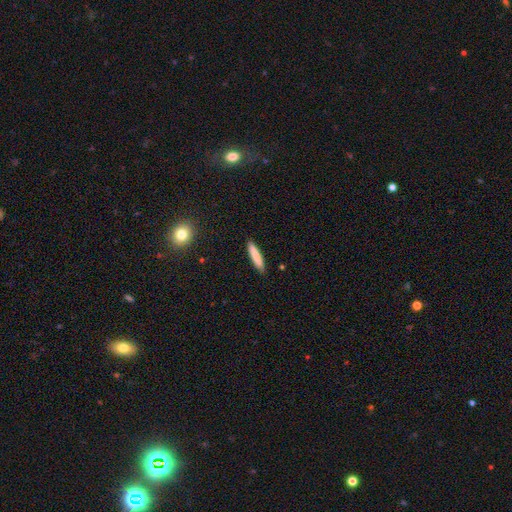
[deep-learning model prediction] Morphology: type=smooth (82%); roundness=cigar-shaped (86%); merging=none (89%).